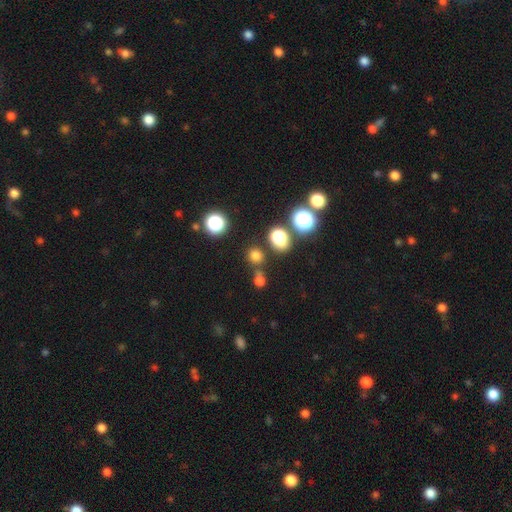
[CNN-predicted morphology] Smooth or featured: smooth — 71% (star or artifact — 24%)
How rounded: round — 81% (in between — 17%)
Merging: none — 72% (merger — 14%)